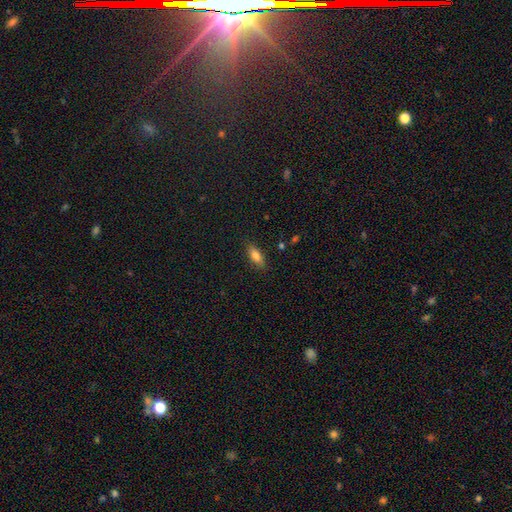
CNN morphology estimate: Q: Smooth or featured?
A: smooth (79%); runner-up: featured or disk (12%)
Q: How rounded?
A: in between (73%); runner-up: cigar-shaped (24%)
Q: Merging?
A: none (84%); runner-up: minor disturbance (12%)